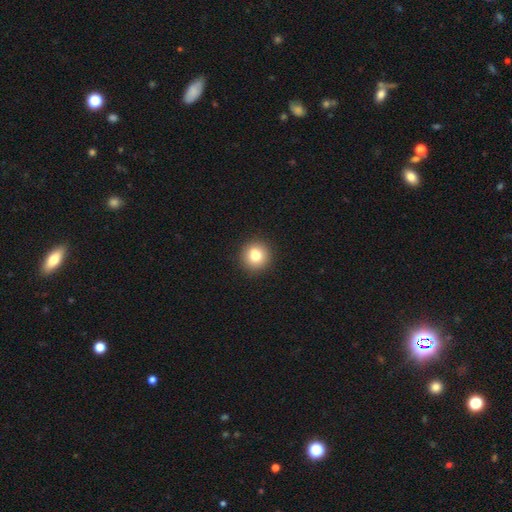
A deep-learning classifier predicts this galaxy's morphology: This is likely a smooth galaxy (77%). How rounded: clearly round (92%). Merging: clearly none (81%).